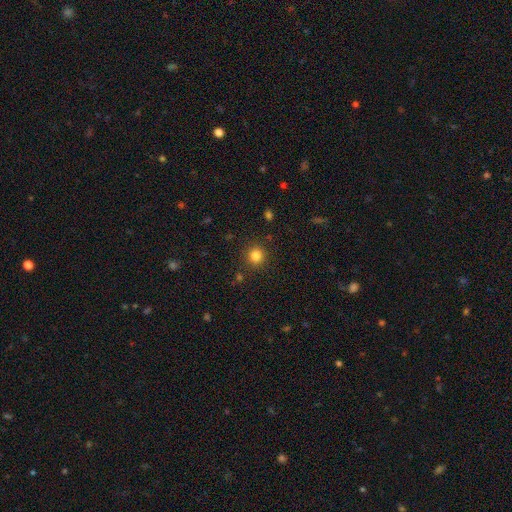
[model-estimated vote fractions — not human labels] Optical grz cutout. It shows a smooth galaxy with no disk features (82%) that is round (91%). Merging: none (88%).